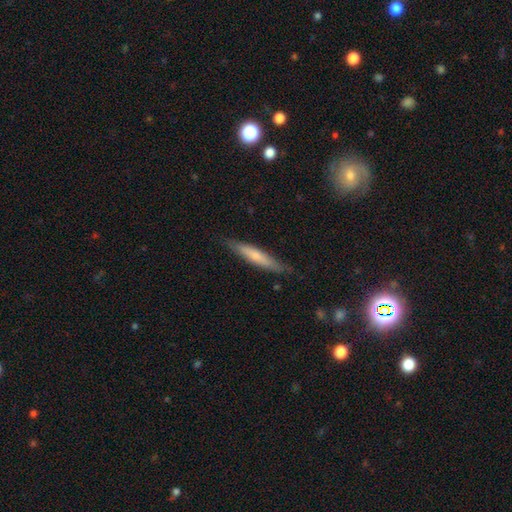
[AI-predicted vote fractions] smooth_or_featured: smooth (p=0.62) [alt: featured or disk p=0.33]
how_rounded: cigar-shaped (p=0.91) [alt: in between p=0.08]
merging: none (p=0.83) [alt: minor disturbance p=0.13]